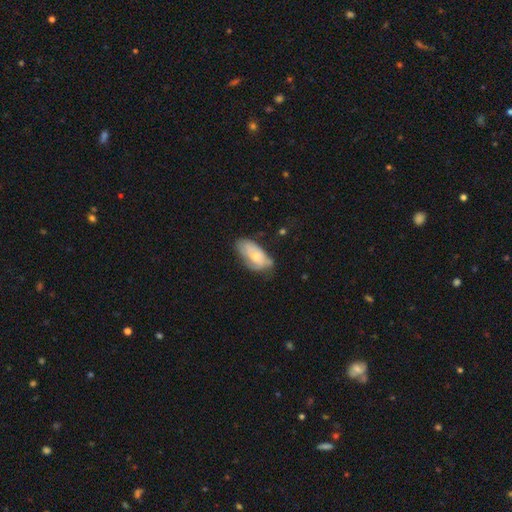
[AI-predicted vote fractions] Smooth or featured: smooth — 57% (featured or disk — 37%)
How rounded: in between — 91% (cigar-shaped — 6%)
Merging: none — 45% (minor disturbance — 37%)